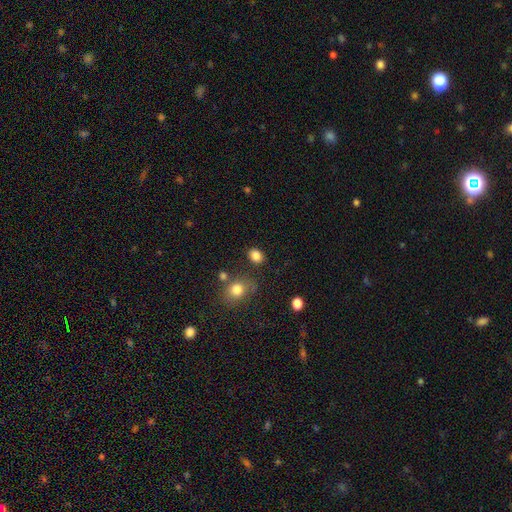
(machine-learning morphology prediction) smooth_or_featured: smooth (p=0.85) [alt: star or artifact p=0.11]
how_rounded: in between (p=0.63) [alt: round p=0.36]
merging: none (p=0.80) [alt: minor disturbance p=0.12]